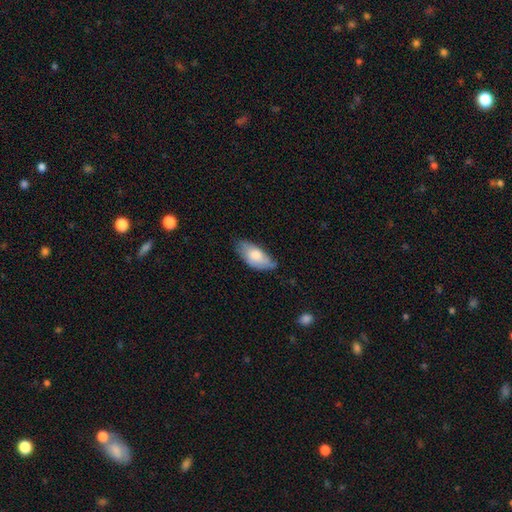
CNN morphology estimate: A smooth galaxy with no disk features (74%) that is in between round and cigar-shaped (90%). Merging: none (54%).